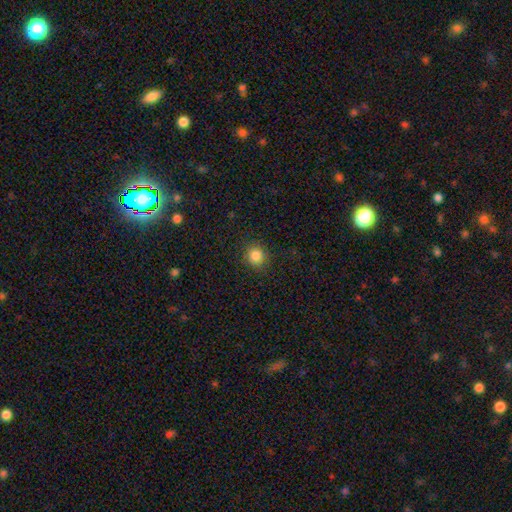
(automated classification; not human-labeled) Q: Smooth or featured?
A: smooth (85%); runner-up: star or artifact (11%)
Q: How rounded?
A: round (88%); runner-up: in between (11%)
Q: Merging?
A: none (89%); runner-up: minor disturbance (7%)